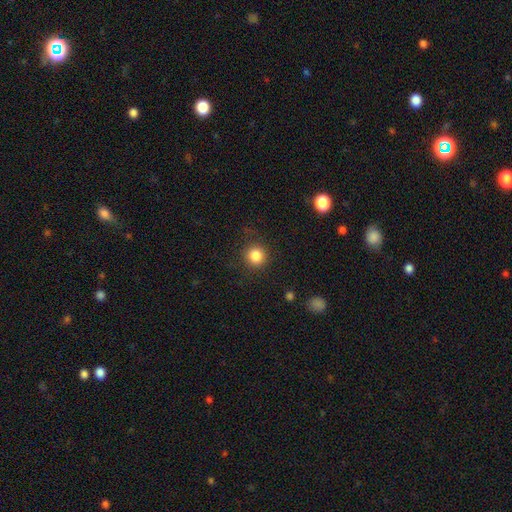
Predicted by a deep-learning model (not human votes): smooth_or_featured: smooth (p=0.84) [alt: star or artifact p=0.11]
how_rounded: round (p=0.93) [alt: in between p=0.06]
merging: none (p=0.88) [alt: minor disturbance p=0.08]